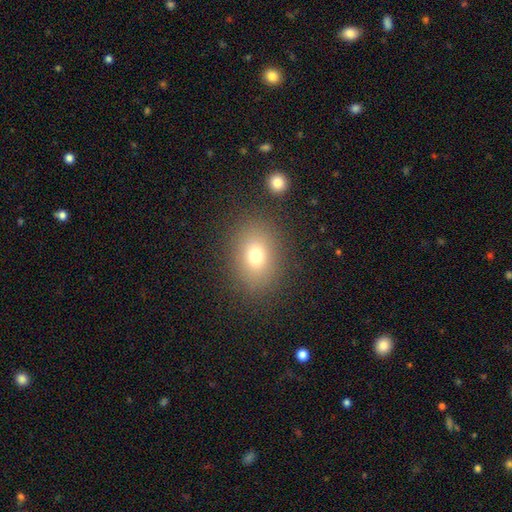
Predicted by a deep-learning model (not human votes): The model was most divided on "how rounded": in between: 61%, round: 38%, cigar-shaped: 1%. More confident: merging — none (83%); smooth or featured — smooth (73%).